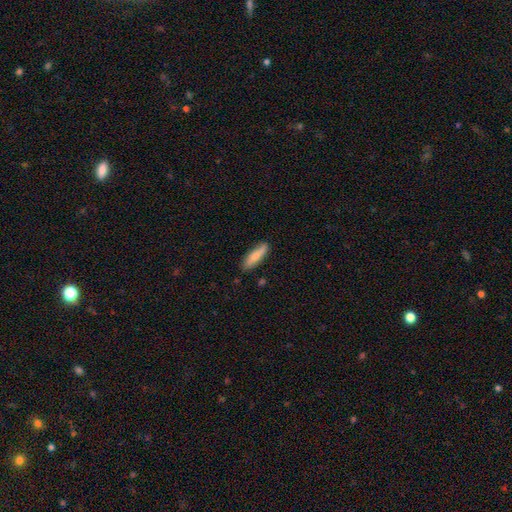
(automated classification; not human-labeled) smooth 72%, featured or disk 22%, star or artifact 6%. Down the decision tree: how rounded — cigar-shaped (71%); merging — none (83%).